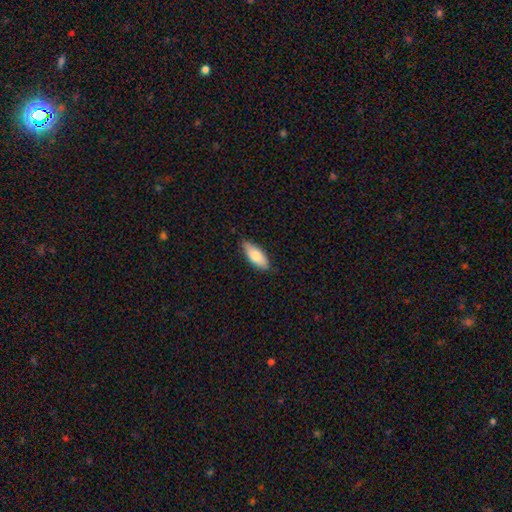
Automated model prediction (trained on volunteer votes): Morphology: type=smooth (75%); roundness=in between (79%); merging=none (80%).